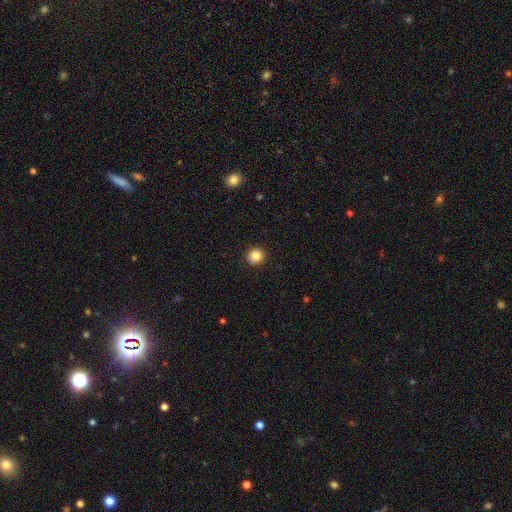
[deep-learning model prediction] Smooth or featured: smooth — 85% (star or artifact — 10%)
How rounded: round — 92% (in between — 7%)
Merging: none — 92% (minor disturbance — 5%)